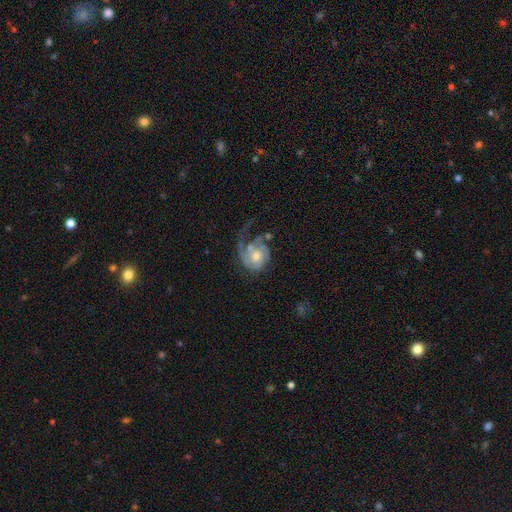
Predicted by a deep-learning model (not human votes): A featured or disk galaxy (77%) with no bar (73%), 1 (41%) tight (39%) spiral arms (89%) and a moderate central bulge (61%). Merging: major disturbance (43%).